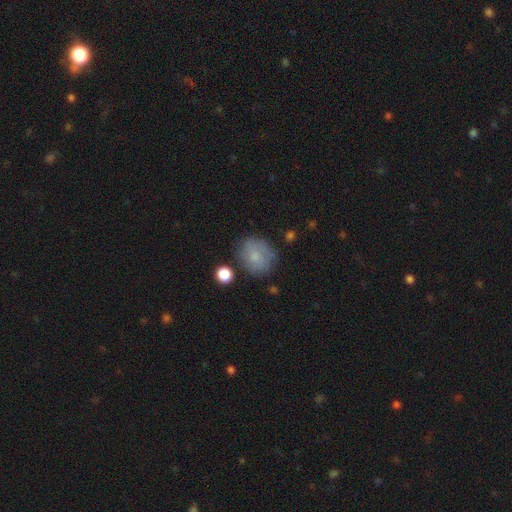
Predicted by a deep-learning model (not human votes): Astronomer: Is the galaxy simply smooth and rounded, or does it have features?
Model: smooth — 74%.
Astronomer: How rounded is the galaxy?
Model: round — 66%.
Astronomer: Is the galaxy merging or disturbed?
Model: none — 67%.